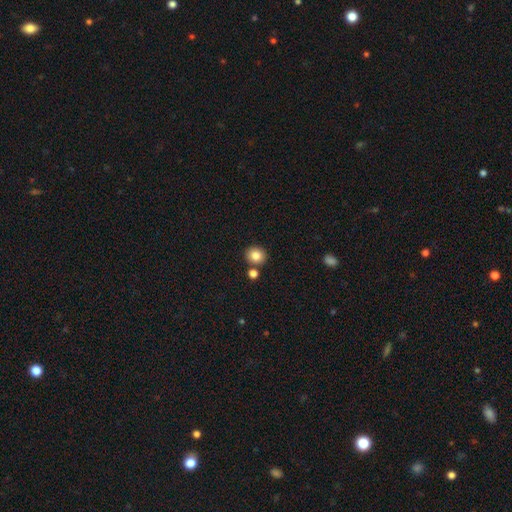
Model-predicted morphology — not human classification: Smooth or featured: smooth — 84% (star or artifact — 10%)
How rounded: round — 85% (in between — 14%)
Merging: none — 81% (merger — 10%)